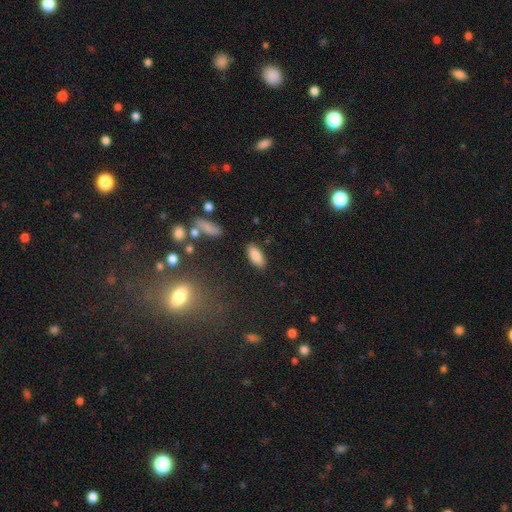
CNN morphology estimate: smooth_or_featured: smooth (p=0.87) [alt: star or artifact p=0.08]
how_rounded: in between (p=0.88) [alt: cigar-shaped p=0.10]
merging: none (p=0.86) [alt: minor disturbance p=0.10]